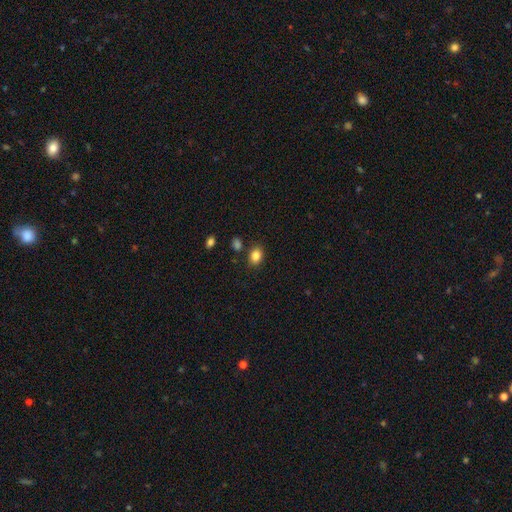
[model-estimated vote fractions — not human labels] This appears to be a smooth galaxy with no disk features (85%) that is in between round and cigar-shaped (66%). Merging: none (82%).